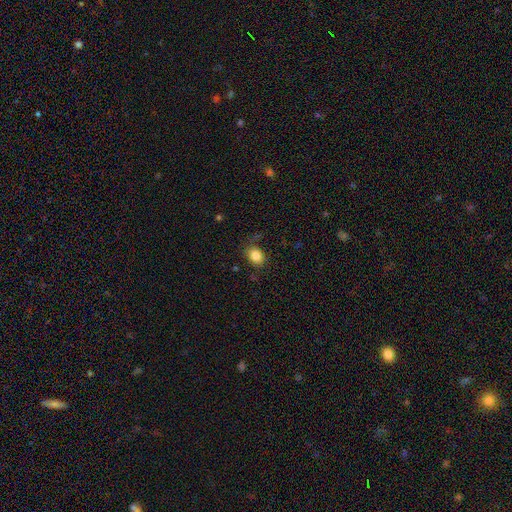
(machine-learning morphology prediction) This is clearly a smooth galaxy (84%). How rounded: possibly in between (57%). Merging: likely none (79%).